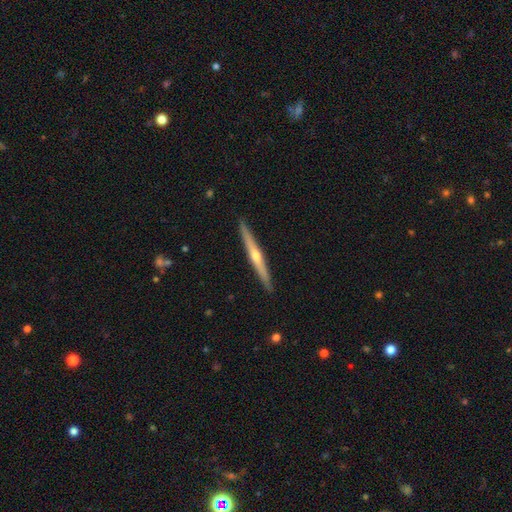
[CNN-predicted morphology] This appears to be a featured or disk galaxy (72%) viewed edge-on (98%) with a rounded central bulge (82%). Merging: none (92%).